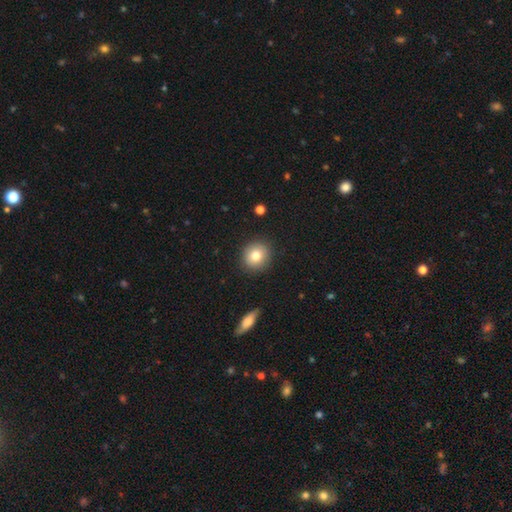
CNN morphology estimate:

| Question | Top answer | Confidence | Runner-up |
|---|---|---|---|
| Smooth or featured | smooth | 80% | featured or disk (11%) |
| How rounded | round | 89% | in between (10%) |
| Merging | none | 90% | minor disturbance (7%) |